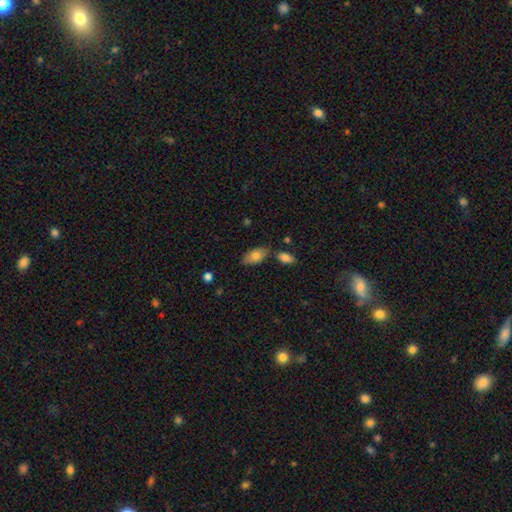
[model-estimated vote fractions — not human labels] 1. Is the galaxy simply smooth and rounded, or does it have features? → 77% smooth, 16% featured or disk, 7% star or artifact.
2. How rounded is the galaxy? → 90% in between, 7% cigar-shaped, 3% round.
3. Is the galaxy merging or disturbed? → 73% none, 14% minor disturbance, 9% merger, 3% major disturbance.